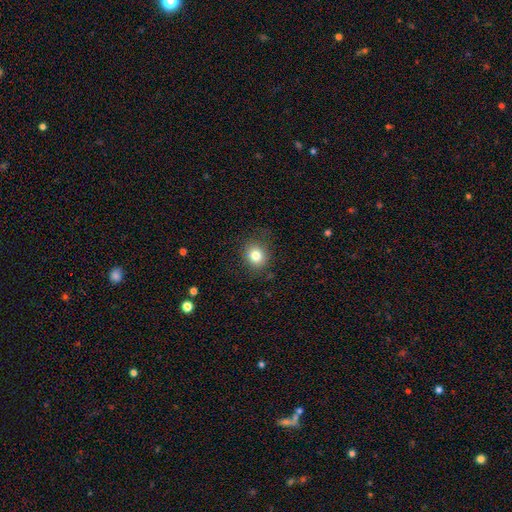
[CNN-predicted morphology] This appears to be a smooth galaxy with no disk features (80%) that is round (72%). Merging: none (82%).